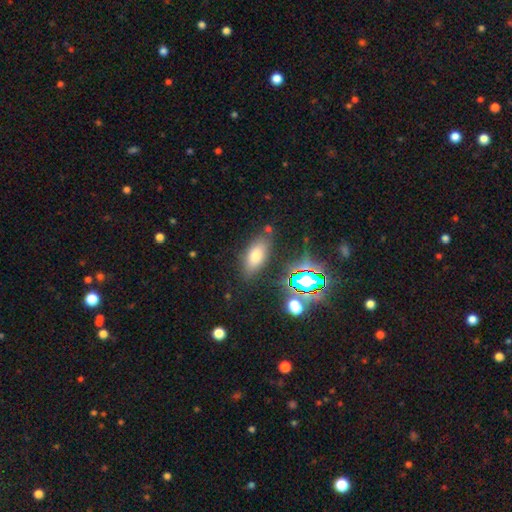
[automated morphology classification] Smooth or featured? Predicted: smooth (p=0.68). How rounded? Predicted: in between (p=0.82). Merging? Predicted: none (p=0.79).